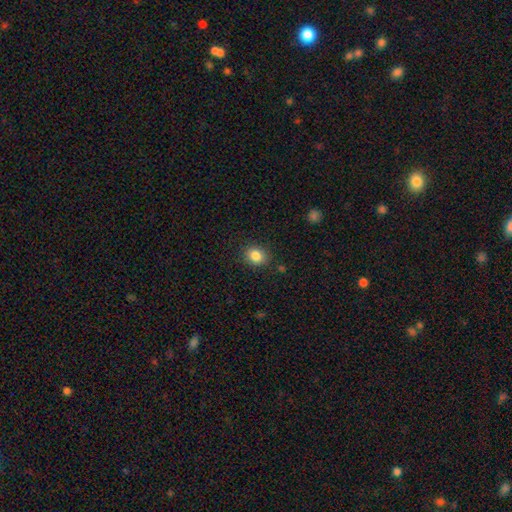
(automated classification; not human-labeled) smooth_or_featured: smooth (p=0.84) [alt: star or artifact p=0.10]
how_rounded: round (p=0.64) [alt: in between p=0.35]
merging: none (p=0.86) [alt: minor disturbance p=0.09]